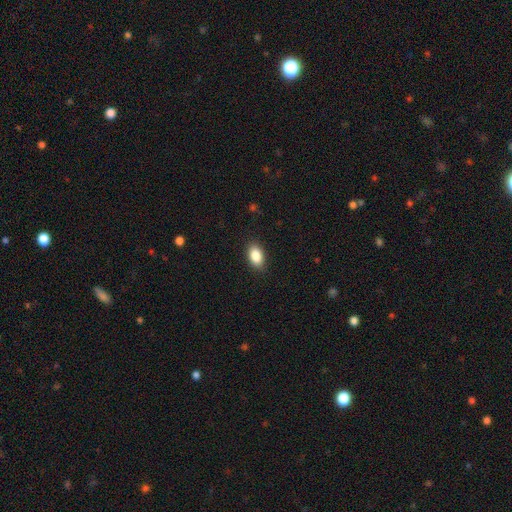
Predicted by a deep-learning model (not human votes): smooth_or_featured: smooth (p=0.88) [alt: star or artifact p=0.07]
how_rounded: in between (p=0.90) [alt: round p=0.08]
merging: none (p=0.88) [alt: minor disturbance p=0.09]